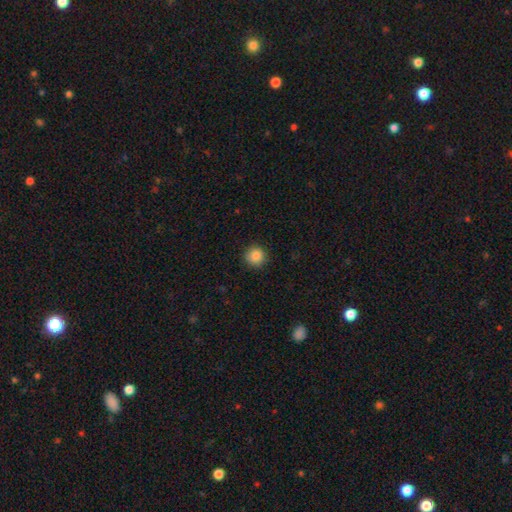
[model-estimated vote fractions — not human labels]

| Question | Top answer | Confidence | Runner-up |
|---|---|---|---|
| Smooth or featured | smooth | 86% | star or artifact (10%) |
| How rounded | round | 94% | in between (5%) |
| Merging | none | 90% | minor disturbance (7%) |